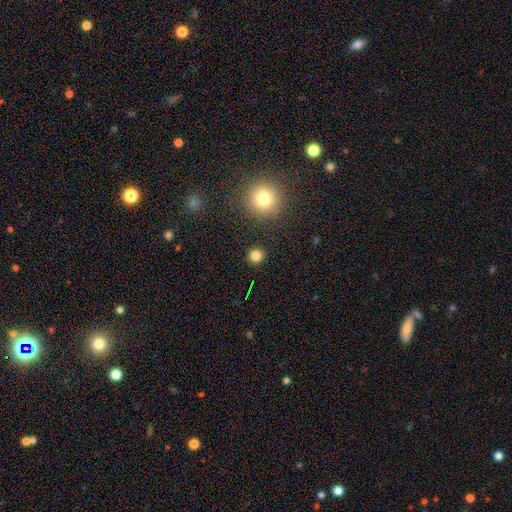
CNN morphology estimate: This is clearly a smooth galaxy (82%). How rounded: clearly round (92%). Merging: clearly none (91%).